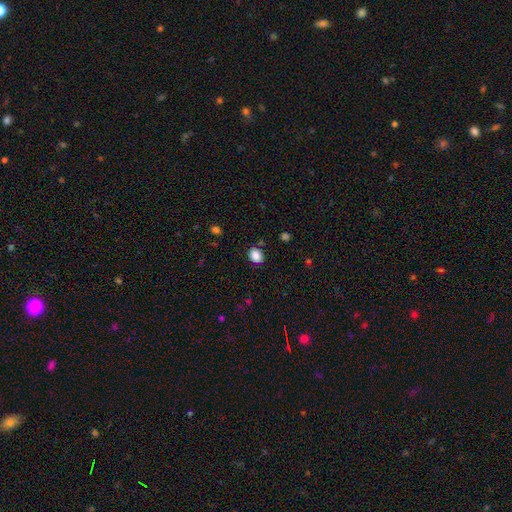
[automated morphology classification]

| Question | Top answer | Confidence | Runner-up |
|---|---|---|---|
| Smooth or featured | smooth | 87% | star or artifact (9%) |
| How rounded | in between | 60% | round (39%) |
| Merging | none | 84% | minor disturbance (11%) |